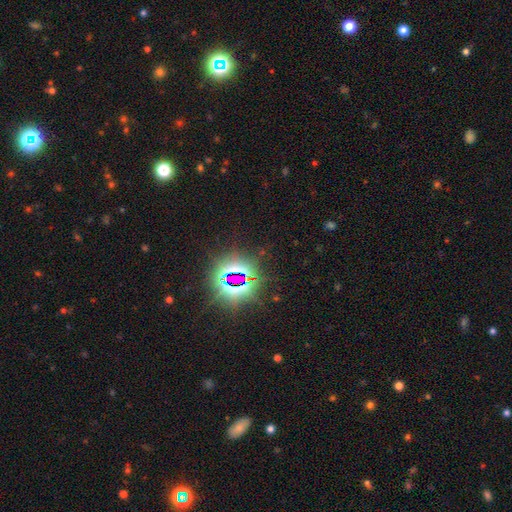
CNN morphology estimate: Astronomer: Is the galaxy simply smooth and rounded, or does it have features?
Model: star or artifact — 81%.